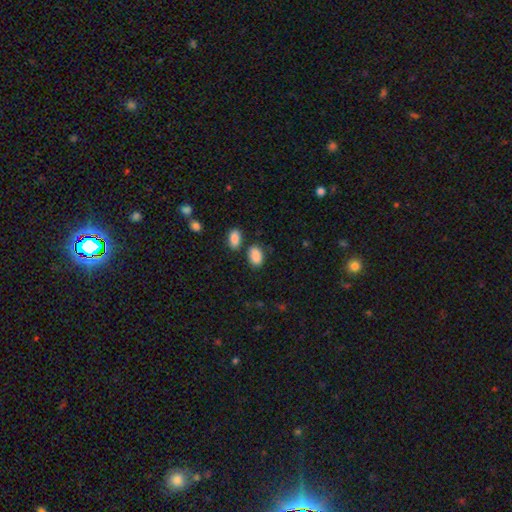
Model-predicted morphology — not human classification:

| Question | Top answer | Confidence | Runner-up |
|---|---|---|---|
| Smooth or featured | smooth | 88% | star or artifact (8%) |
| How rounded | in between | 88% | round (11%) |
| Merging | none | 72% | minor disturbance (14%) |